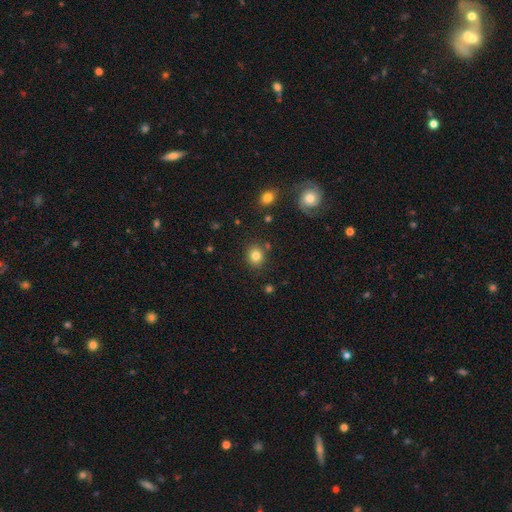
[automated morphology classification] A smooth galaxy with no disk features (82%) that is round (74%).

Vote fractions:
- Smooth or featured? smooth: 82% / star or artifact: 11% / featured or disk: 7%
- How rounded? round: 74% / in between: 25% / cigar-shaped: 1%
- Merging? none: 83% / minor disturbance: 10% / merger: 4% / major disturbance: 3%